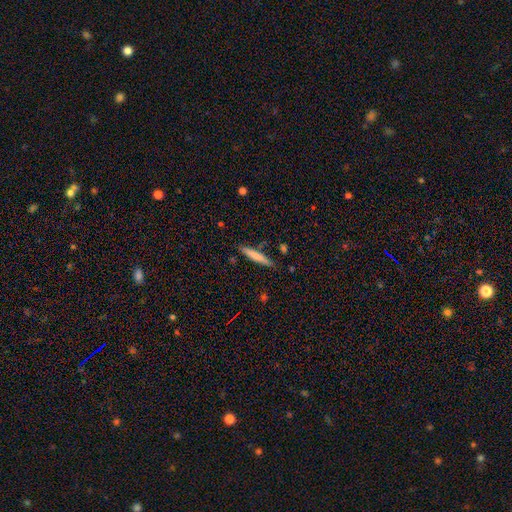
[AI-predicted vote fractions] Smooth or featured? Predicted: smooth (p=0.71). How rounded? Predicted: cigar-shaped (p=0.93). Merging? Predicted: none (p=0.86).